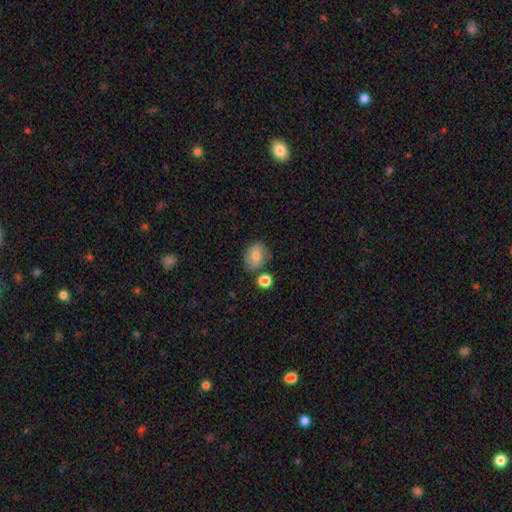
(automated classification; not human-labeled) smooth_or_featured: smooth (p=0.75) [alt: featured or disk p=0.15]
how_rounded: in between (p=0.59) [alt: round p=0.40]
merging: none (p=0.68) [alt: minor disturbance p=0.18]